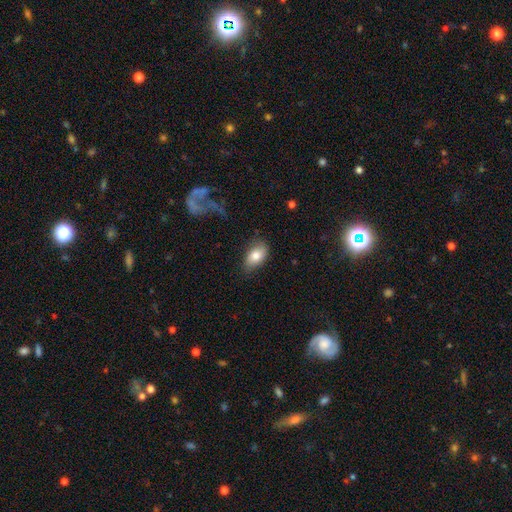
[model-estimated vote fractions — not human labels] smooth-or-featured: smooth: 80% | featured or disk: 13% | star or artifact: 7%
  how-rounded: in between: 90% | round: 8% | cigar-shaped: 2%
  merging: none: 73% | minor disturbance: 21% | major disturbance: 4% | merger: 2%